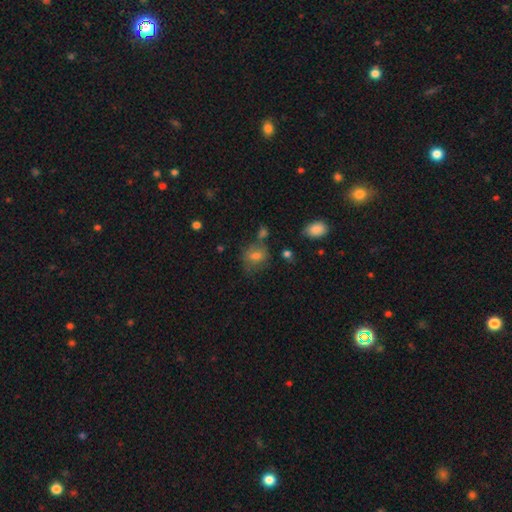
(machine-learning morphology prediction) A smooth galaxy with no disk features (71%) that is in between round and cigar-shaped (56%).

Vote fractions:
- Smooth or featured? smooth: 71% / featured or disk: 17% / star or artifact: 12%
- How rounded? in between: 56% / round: 42% / cigar-shaped: 2%
- Merging? none: 55% / minor disturbance: 23% / major disturbance: 12% / merger: 11%